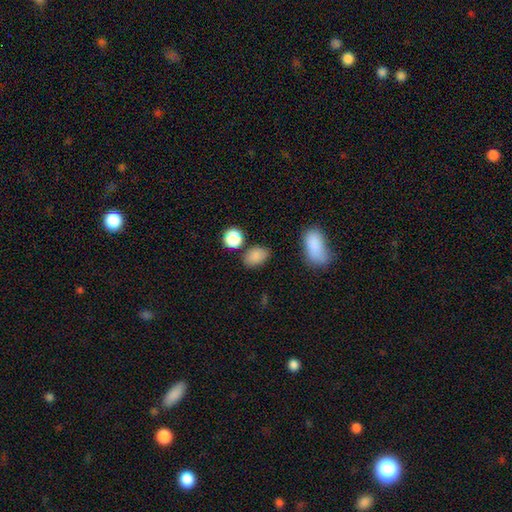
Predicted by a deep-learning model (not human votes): This appears to be a smooth galaxy with no disk features (86%) that is in between round and cigar-shaped (83%). Merging: none (76%).